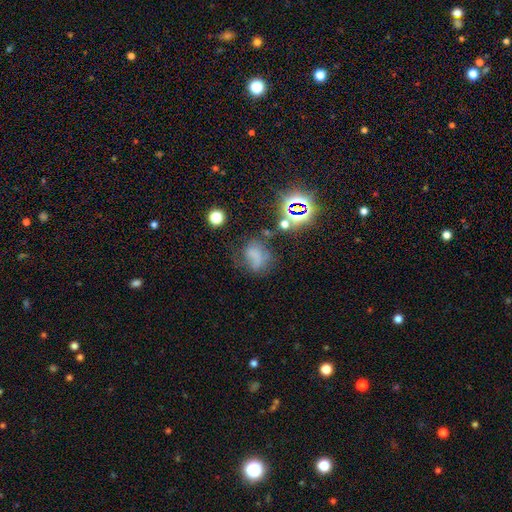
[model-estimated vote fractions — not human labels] This is possibly a smooth galaxy (49%). Merging: marginally none (36%).